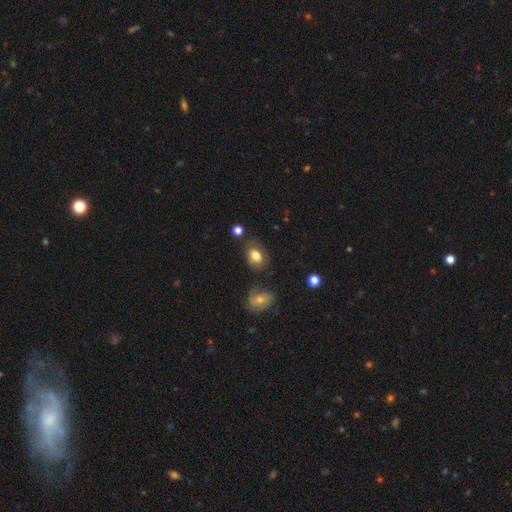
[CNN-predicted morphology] This is likely a smooth galaxy (79%). How rounded: likely in between (74%). Merging: likely none (67%).